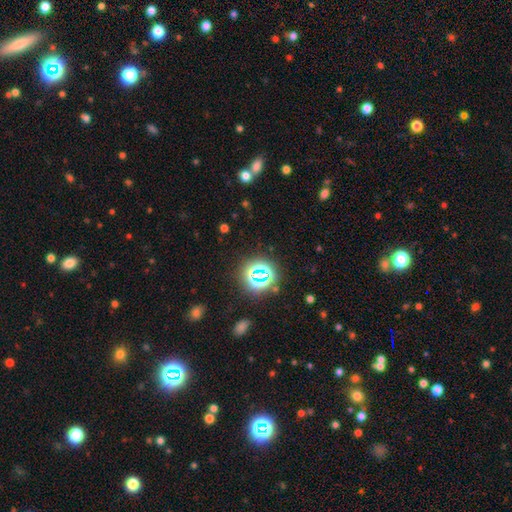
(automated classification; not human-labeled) Smooth or featured? Predicted: star or artifact (p=0.65).